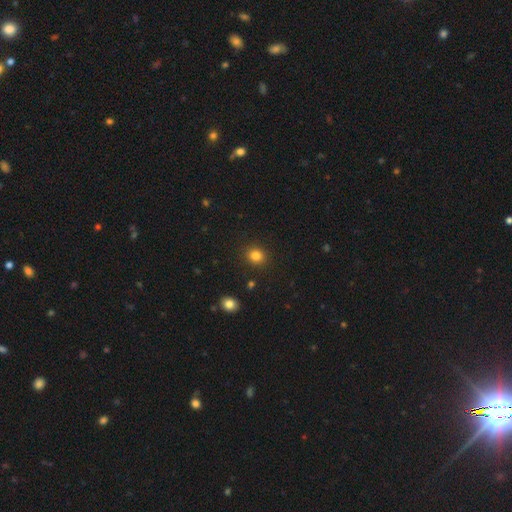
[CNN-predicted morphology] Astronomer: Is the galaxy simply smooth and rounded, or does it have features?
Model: smooth — 83%.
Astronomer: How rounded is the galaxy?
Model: round — 78%.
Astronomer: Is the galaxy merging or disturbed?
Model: none — 89%.